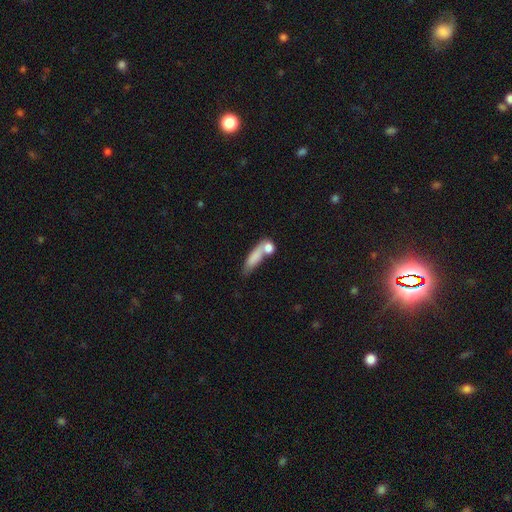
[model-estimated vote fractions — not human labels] Smooth or featured? smooth (75%)
How rounded? cigar-shaped (54%)
Merging? none (42%)